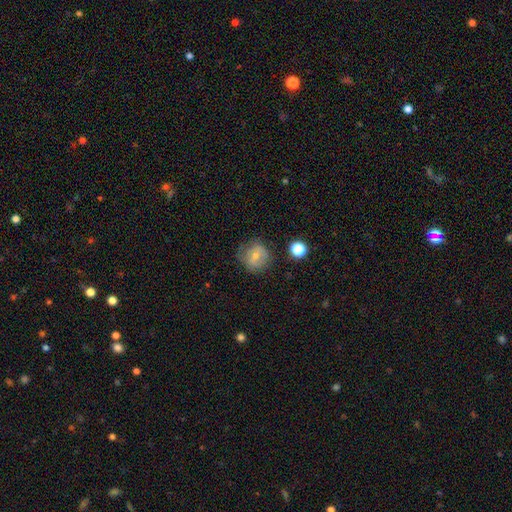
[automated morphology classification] Smooth or featured?
  - smooth: 56% *
  - featured or disk: 34%
  - star or artifact: 10%
How rounded?
  - round: 83% *
  - in between: 16%
  - cigar-shaped: 1%
Merging?
  - none: 64% *
  - minor disturbance: 24%
  - major disturbance: 10%
  - merger: 2%